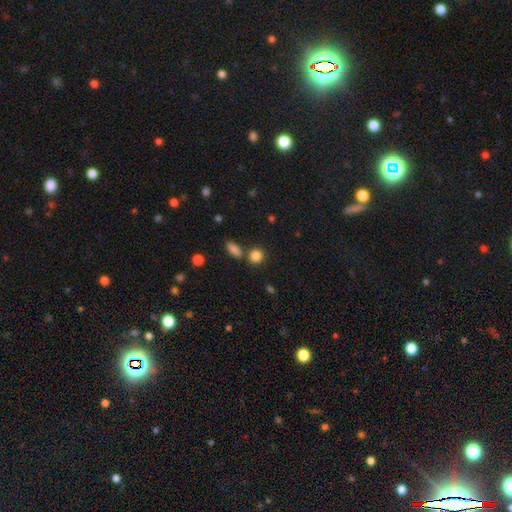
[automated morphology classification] This appears to be a smooth galaxy with no disk features (85%) that is round (79%). Merging: none (70%).